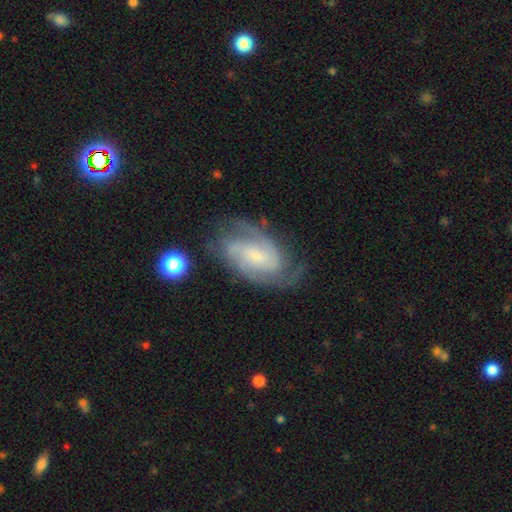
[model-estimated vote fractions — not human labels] Overall: featured or disk (84%). Edge-on disk: no (96%). Bar: no (46%; weak 41%). Spiral arms: yes (96%). Spiral arm count: 2 (44%; 3 24%). Spiral winding: tight (46%; medium 43%). Bulge size: small (73%). Merging: none (70%).